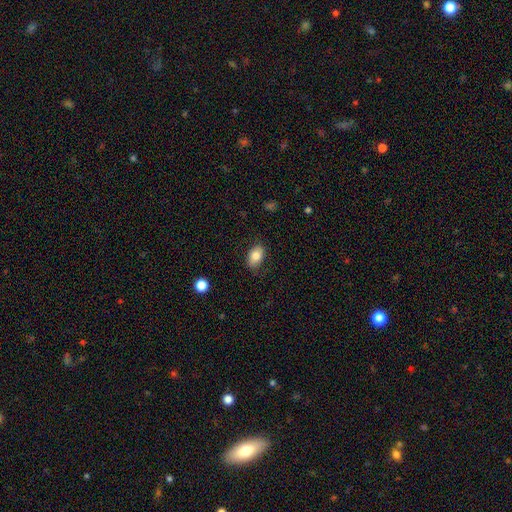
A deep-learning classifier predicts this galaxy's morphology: Smooth or featured?
  - smooth: 82% *
  - featured or disk: 10%
  - star or artifact: 8%
How rounded?
  - in between: 86% *
  - round: 13%
  - cigar-shaped: 1%
Merging?
  - none: 82% *
  - minor disturbance: 14%
  - major disturbance: 3%
  - merger: 1%